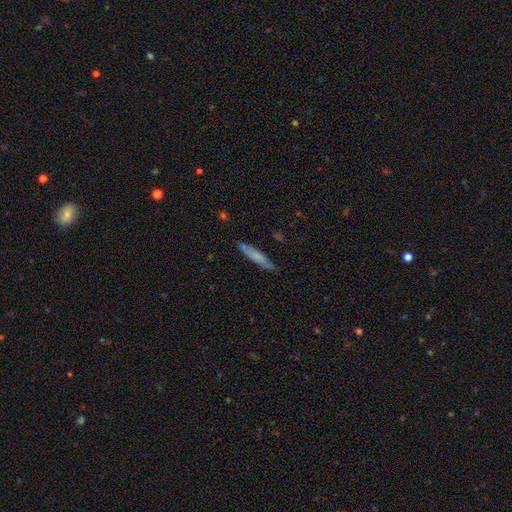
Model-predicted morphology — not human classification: A smooth galaxy with no disk features (65%) that is cigar-shaped (90%).

Vote fractions:
- Smooth or featured? smooth: 65% / featured or disk: 28% / star or artifact: 6%
- How rounded? cigar-shaped: 90% / in between: 8% / round: 2%
- Merging? none: 84% / minor disturbance: 12% / major disturbance: 2% / merger: 2%